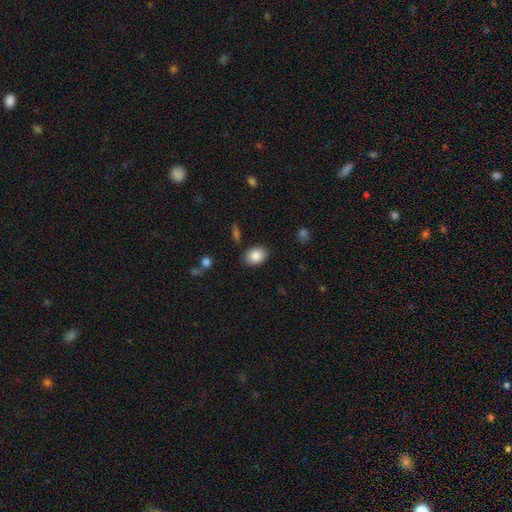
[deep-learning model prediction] Overall: smooth (87%). How rounded: in between (70%). Merging: none (86%).